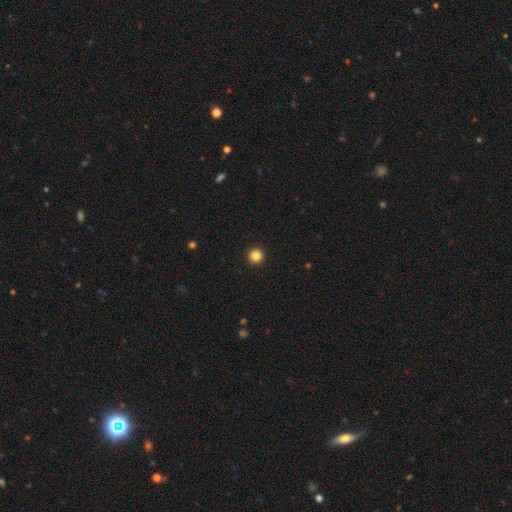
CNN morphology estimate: Smooth or featured?
  - smooth: 84% *
  - star or artifact: 12%
  - featured or disk: 4%
How rounded?
  - round: 96% *
  - in between: 3%
  - cigar-shaped: 1%
Merging?
  - none: 94% *
  - minor disturbance: 4%
  - major disturbance: 1%
  - merger: 1%